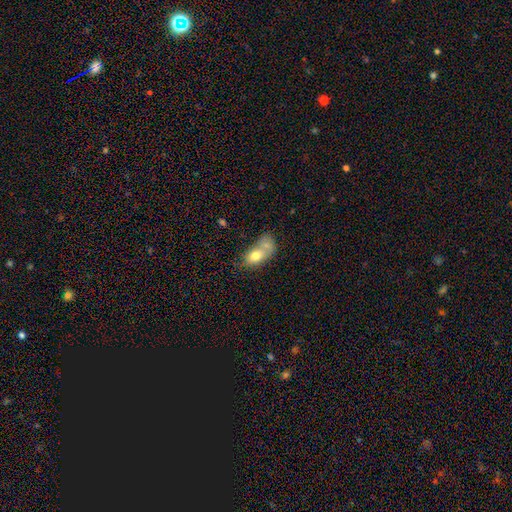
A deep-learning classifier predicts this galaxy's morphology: Smooth or featured? Predicted: smooth (p=0.73). How rounded? Predicted: in between (p=0.81). Merging? Predicted: merger (p=0.60).